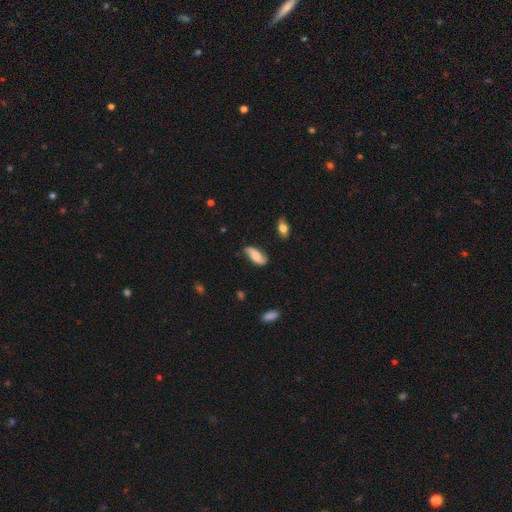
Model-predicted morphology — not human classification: A smooth galaxy with no disk features (61%) that is in between round and cigar-shaped (85%). Merging: none (66%).